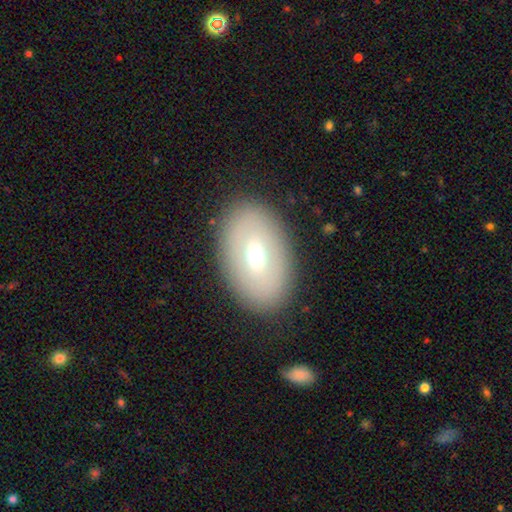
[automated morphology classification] smooth 53%, featured or disk 40%, star or artifact 7%. Down the decision tree: how rounded — in between (92%); merging — none (86%).